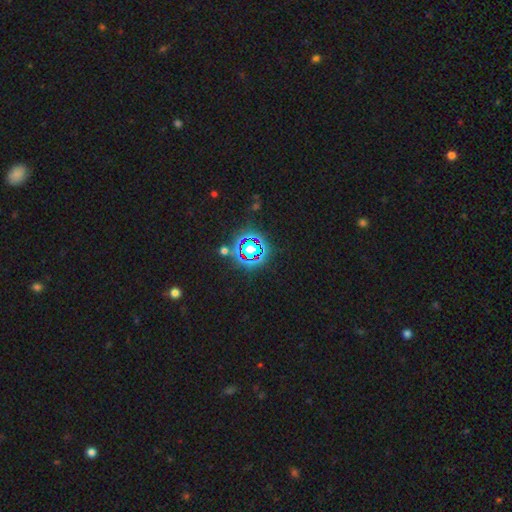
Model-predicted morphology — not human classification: The model was most divided on "smooth or featured": star or artifact: 78%, smooth: 14%, featured or disk: 8%.